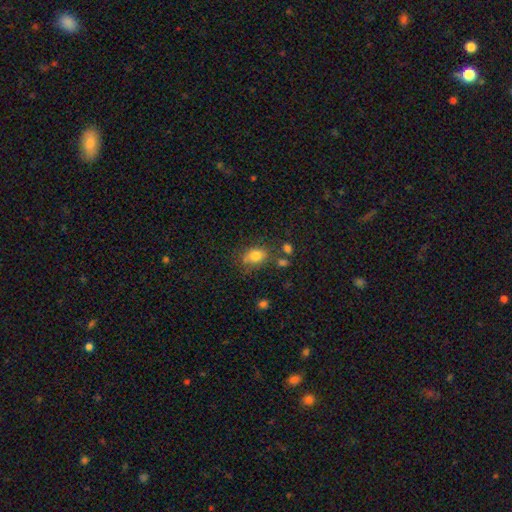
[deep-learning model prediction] Smooth or featured? Predicted: smooth (p=0.80). How rounded? Predicted: in between (p=0.62). Merging? Predicted: none (p=0.63).